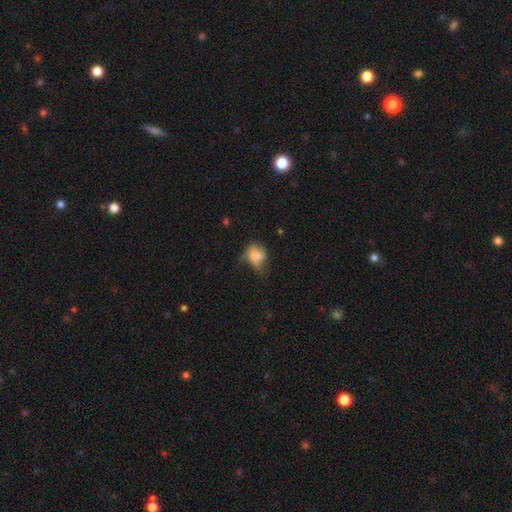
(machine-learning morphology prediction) A smooth galaxy with no disk features (69%) that is in between round and cigar-shaped (58%).

Vote fractions:
- Smooth or featured? smooth: 69% / featured or disk: 20% / star or artifact: 11%
- How rounded? in between: 58% / round: 40% / cigar-shaped: 1%
- Merging? minor disturbance: 34% / major disturbance: 31% / none: 29% / merger: 5%